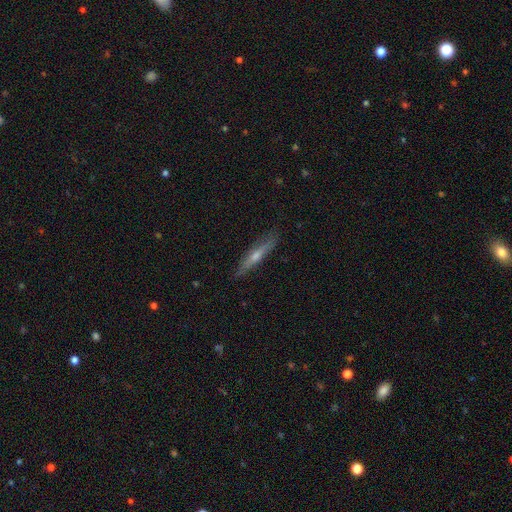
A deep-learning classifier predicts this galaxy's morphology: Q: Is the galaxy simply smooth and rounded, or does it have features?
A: featured or disk — 60%.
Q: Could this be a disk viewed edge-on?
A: yes — 92%.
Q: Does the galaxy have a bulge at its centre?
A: rounded — 76%.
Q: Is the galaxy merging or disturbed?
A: none — 86%.